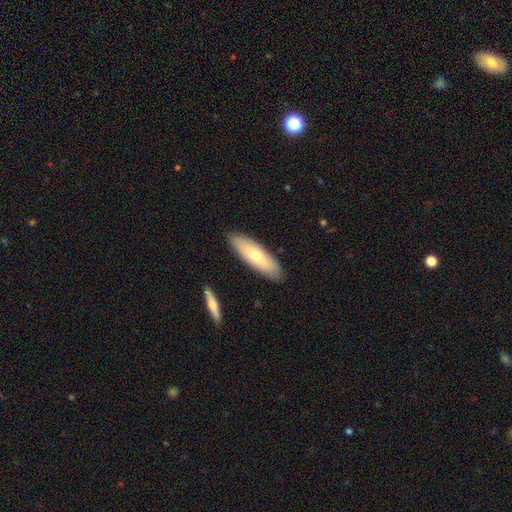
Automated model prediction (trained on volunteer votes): Q: Smooth or featured?
A: smooth (64%); runner-up: featured or disk (30%)
Q: How rounded?
A: in between (51%); runner-up: cigar-shaped (48%)
Q: Merging?
A: none (87%); runner-up: minor disturbance (10%)